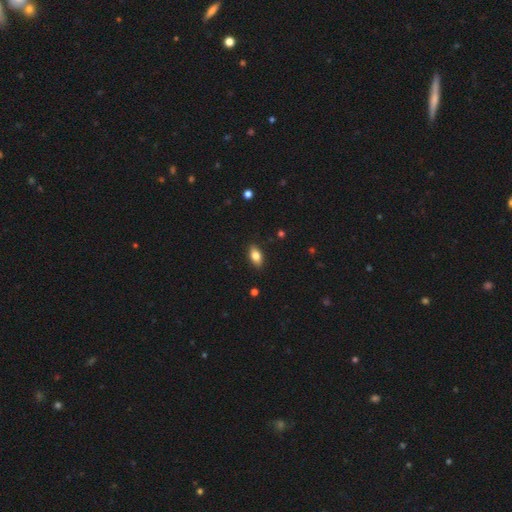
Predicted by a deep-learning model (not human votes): Overall: smooth (79%). How rounded: in between (89%). Merging: none (88%).